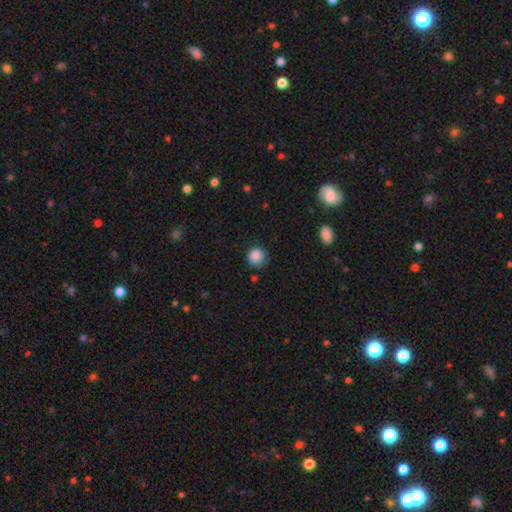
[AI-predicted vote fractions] smooth_or_featured: smooth (p=0.87) [alt: star or artifact p=0.10]
how_rounded: round (p=0.91) [alt: in between p=0.08]
merging: none (p=0.80) [alt: minor disturbance p=0.15]